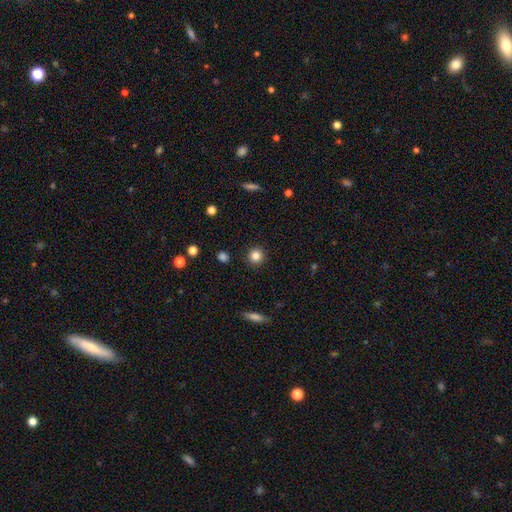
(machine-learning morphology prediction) smooth_or_featured: smooth (p=0.84) [alt: star or artifact p=0.11]
how_rounded: round (p=0.94) [alt: in between p=0.05]
merging: none (p=0.92) [alt: minor disturbance p=0.05]